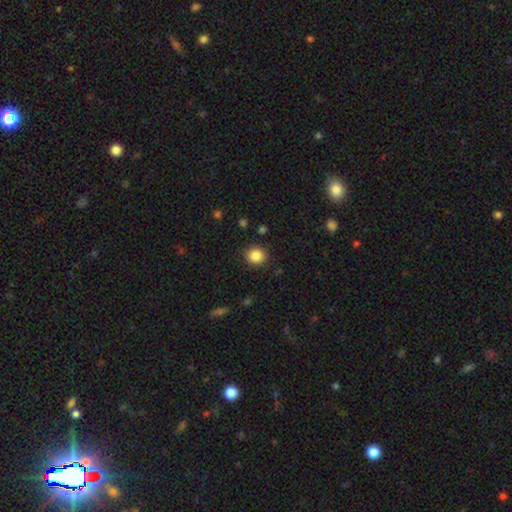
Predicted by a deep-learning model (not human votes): Smooth or featured: smooth — 85% (star or artifact — 10%)
How rounded: round — 84% (in between — 15%)
Merging: none — 90% (minor disturbance — 7%)